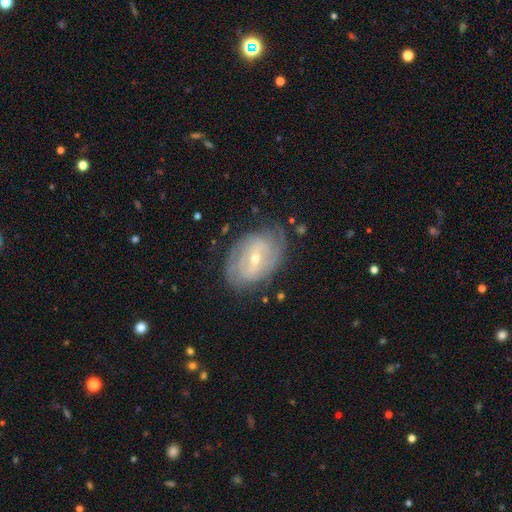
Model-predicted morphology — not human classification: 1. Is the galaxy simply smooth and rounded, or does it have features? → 75% featured or disk, 16% smooth, 9% star or artifact.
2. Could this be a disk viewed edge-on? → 94% no, 6% yes.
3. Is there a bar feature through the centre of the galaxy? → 47% weak, 28% no, 25% strong.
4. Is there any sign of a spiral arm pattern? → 84% yes, 16% no.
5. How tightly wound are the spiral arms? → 66% tight, 25% medium, 9% loose.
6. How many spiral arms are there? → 46% can't tell, 30% 2, 10% 3, 6% 4, 4% 1, 4% more than 4.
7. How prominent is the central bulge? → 61% small, 35% moderate, 1% large, 1% none, 1% dominant.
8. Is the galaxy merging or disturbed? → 75% none, 18% minor disturbance, 6% major disturbance, 1% merger.